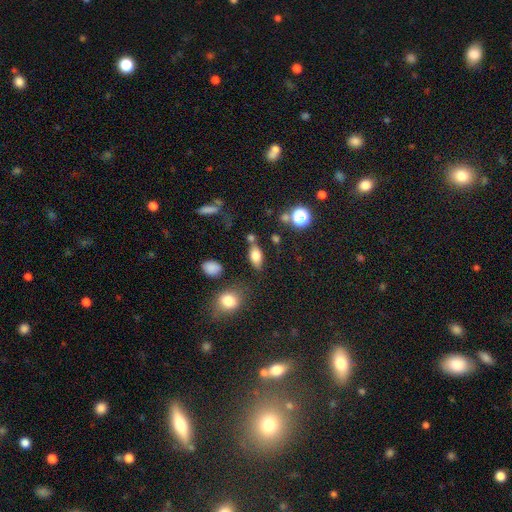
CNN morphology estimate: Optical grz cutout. It shows a smooth galaxy with no disk features (76%) that is in between round and cigar-shaped (83%). Merging: none (69%).